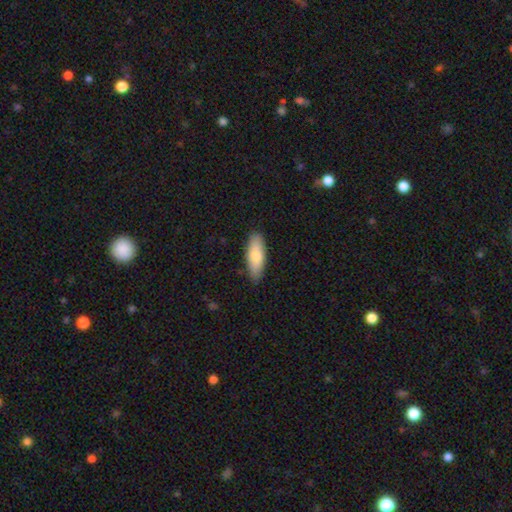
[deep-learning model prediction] Morphology: type=smooth (77%); roundness=in between (63%); merging=none (86%).